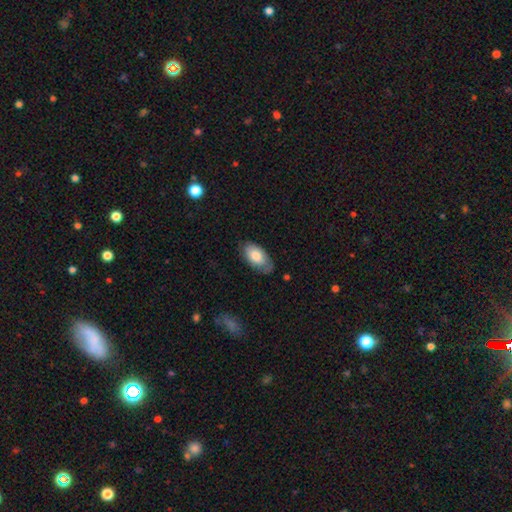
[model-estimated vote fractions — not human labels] Morphology: type=smooth (77%); roundness=in between (94%); merging=none (71%).